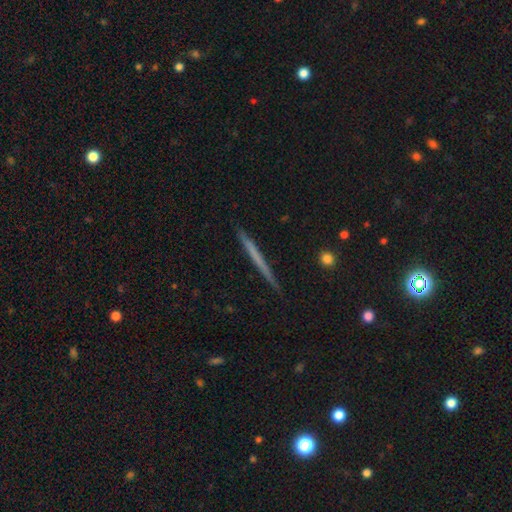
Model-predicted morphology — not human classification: Smooth or featured? smooth (47%, tied with featured or disk)
Merging? none (91%)